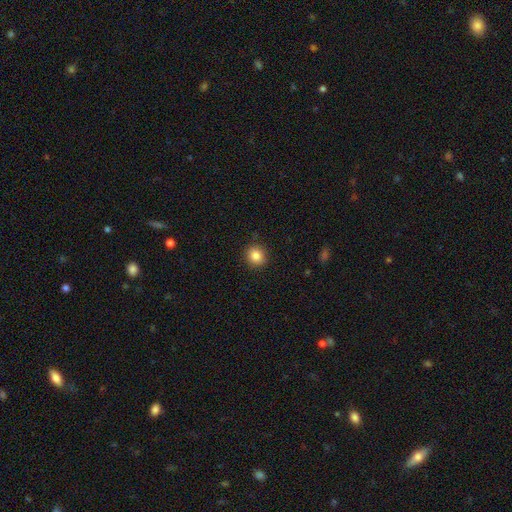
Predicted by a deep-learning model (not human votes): A smooth galaxy with no disk features (85%) that is round (87%).

Vote fractions:
- Smooth or featured? smooth: 85% / star or artifact: 10% / featured or disk: 5%
- How rounded? round: 87% / in between: 12% / cigar-shaped: 1%
- Merging? none: 90% / minor disturbance: 7% / major disturbance: 2% / merger: 1%